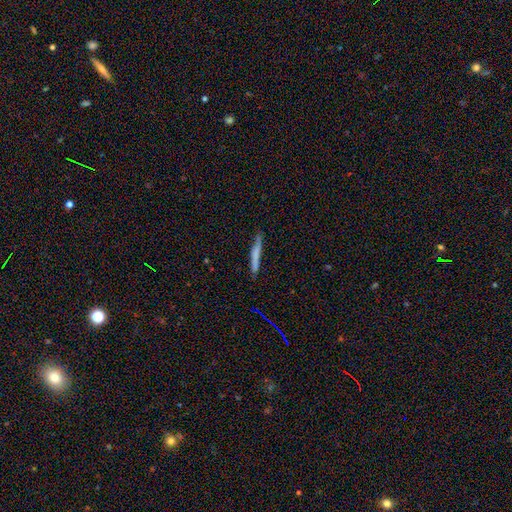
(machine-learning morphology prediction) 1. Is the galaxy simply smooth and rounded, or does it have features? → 65% smooth, 28% featured or disk, 7% star or artifact.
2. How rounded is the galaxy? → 96% cigar-shaped, 3% in between, 1% round.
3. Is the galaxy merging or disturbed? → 84% none, 13% minor disturbance, 2% major disturbance, 2% merger.